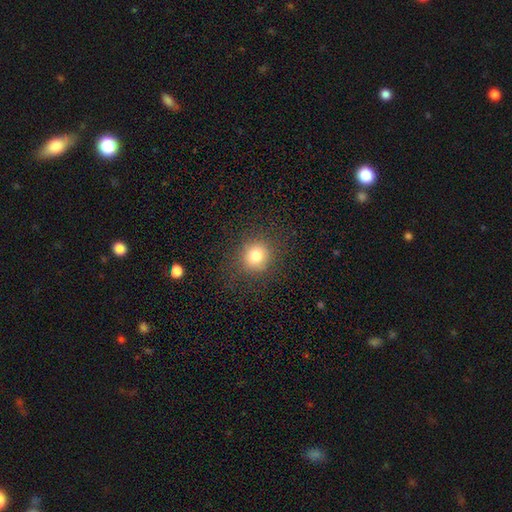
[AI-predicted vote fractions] Smooth or featured: smooth — 77% (star or artifact — 14%)
How rounded: round — 90% (in between — 9%)
Merging: none — 87% (minor disturbance — 8%)